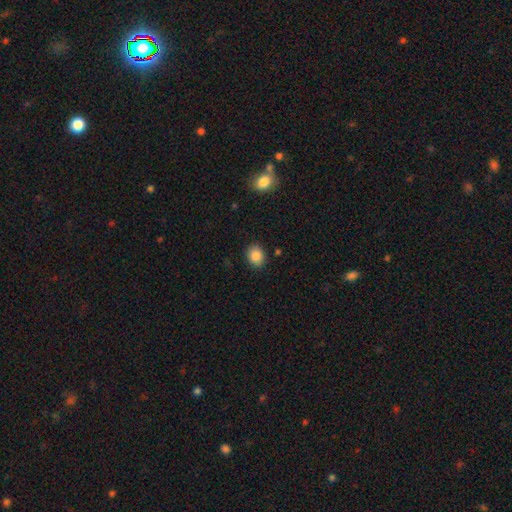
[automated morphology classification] Smooth or featured? smooth (87%)
How rounded? round (60%)
Merging? none (86%)